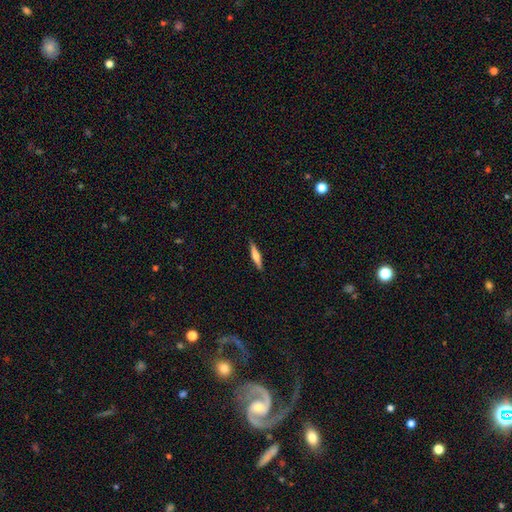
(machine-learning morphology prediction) A featured or disk galaxy (48%). Merging: none (91%).